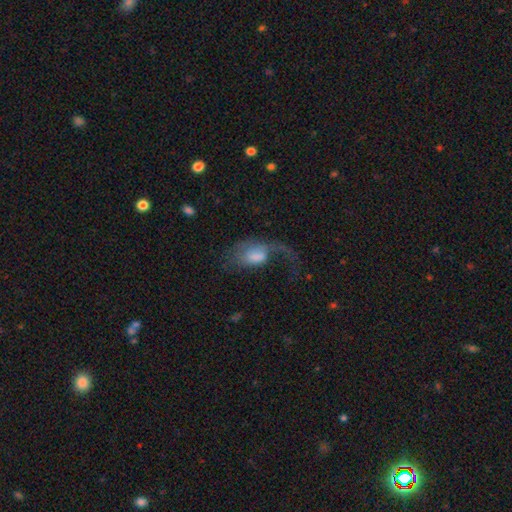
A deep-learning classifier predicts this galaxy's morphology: Overall: smooth (48%; featured or disk 43%). Merging: major disturbance (62%).